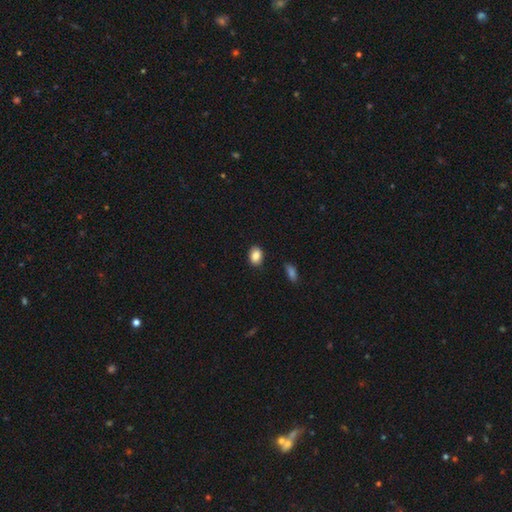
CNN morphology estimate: Smooth or featured?
  - smooth: 87% *
  - star or artifact: 8%
  - featured or disk: 5%
How rounded?
  - in between: 74% *
  - round: 25%
  - cigar-shaped: 1%
Merging?
  - none: 86% *
  - minor disturbance: 10%
  - major disturbance: 2%
  - merger: 2%